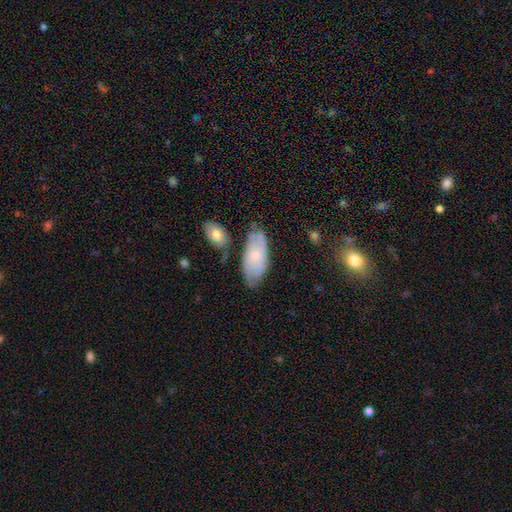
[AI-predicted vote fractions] Q: Smooth or featured?
A: smooth (51%); runner-up: featured or disk (42%)
Q: How rounded?
A: in between (90%); runner-up: cigar-shaped (7%)
Q: Merging?
A: none (64%); runner-up: minor disturbance (24%)